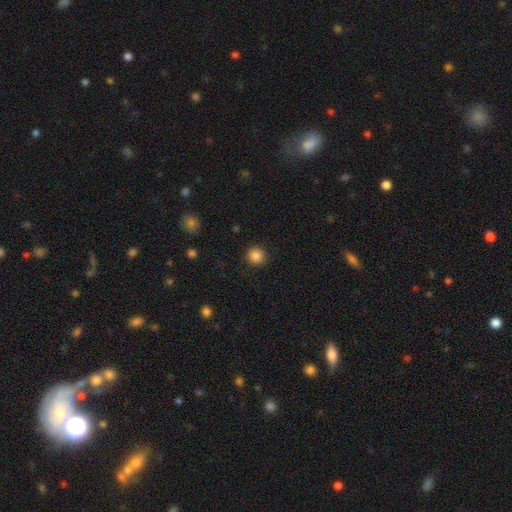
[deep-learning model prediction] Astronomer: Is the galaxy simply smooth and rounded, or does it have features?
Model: smooth — 85%.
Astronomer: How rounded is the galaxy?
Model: round — 94%.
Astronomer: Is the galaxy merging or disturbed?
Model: none — 90%.